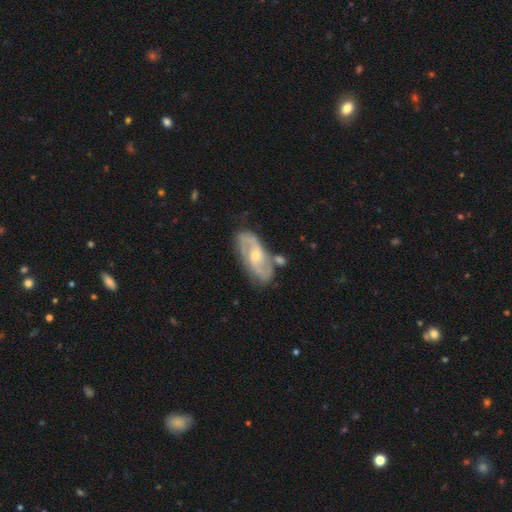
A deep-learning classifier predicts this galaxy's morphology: Smooth or featured?
  - featured or disk: 81% *
  - smooth: 13%
  - star or artifact: 5%
Edge-on disk?
  - no: 94% *
  - yes: 6%
Bar?
  - no: 52% *
  - weak: 39%
  - strong: 9%
Spiral arms?
  - yes: 93% *
  - no: 7%
Spiral winding?
  - medium: 50% *
  - tight: 30%
  - loose: 19%
Spiral arm count?
  - 2: 79% *
  - can't tell: 11%
  - 3: 4%
  - 1: 2%
  - 4: 1%
  - more than 4: 1%
Bulge size?
  - small: 57% *
  - moderate: 39%
  - none: 2%
  - large: 1%
  - dominant: 1%
Merging?
  - none: 64% *
  - minor disturbance: 19%
  - merger: 10%
  - major disturbance: 6%